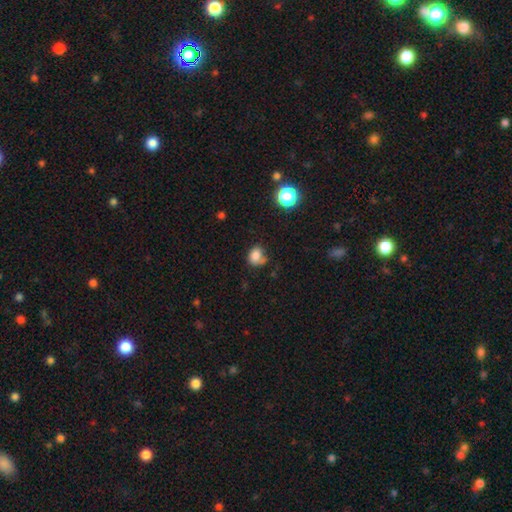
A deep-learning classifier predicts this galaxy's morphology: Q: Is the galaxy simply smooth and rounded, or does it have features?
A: smooth — 80%.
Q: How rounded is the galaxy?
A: round — 50%.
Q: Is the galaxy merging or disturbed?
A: none — 50%.